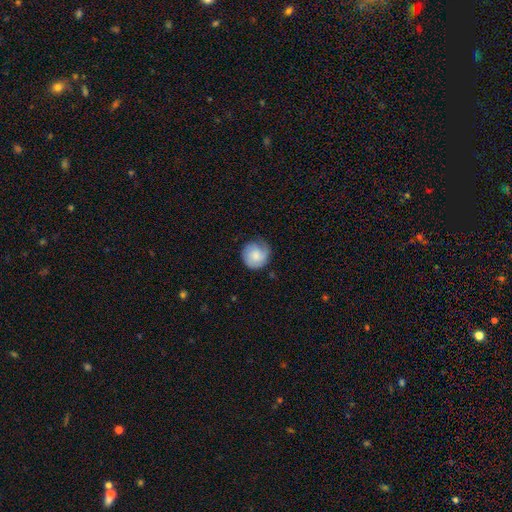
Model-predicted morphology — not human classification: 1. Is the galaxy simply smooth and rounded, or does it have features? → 67% smooth, 26% featured or disk, 7% star or artifact.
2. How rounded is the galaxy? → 91% round, 8% in between, 1% cigar-shaped.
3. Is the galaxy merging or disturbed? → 68% none, 23% minor disturbance, 7% major disturbance, 1% merger.